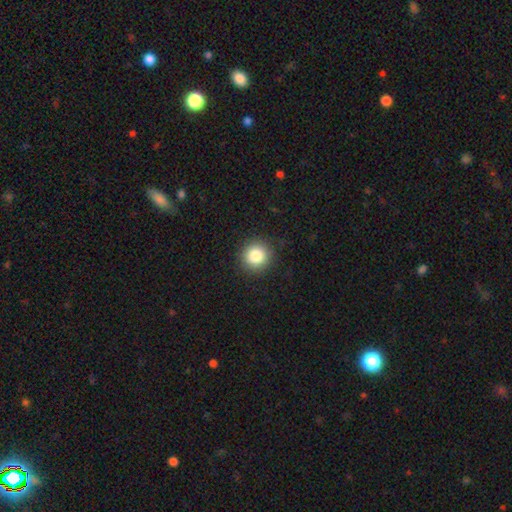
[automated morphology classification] Q: Smooth or featured?
A: smooth (84%); runner-up: star or artifact (10%)
Q: How rounded?
A: round (94%); runner-up: in between (5%)
Q: Merging?
A: none (91%); runner-up: minor disturbance (6%)